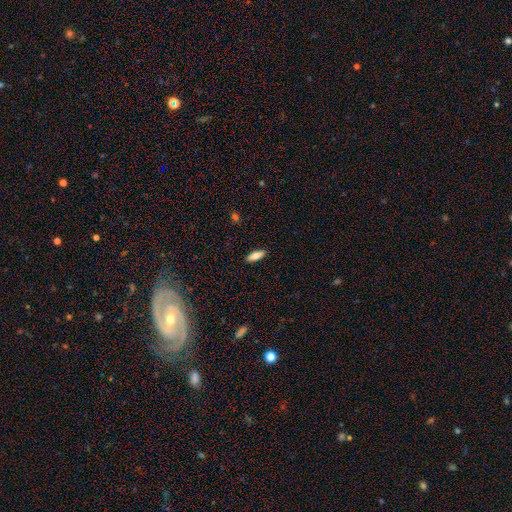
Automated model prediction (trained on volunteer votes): Smooth or featured: smooth — 78% (featured or disk — 16%)
How rounded: in between — 66% (cigar-shaped — 31%)
Merging: none — 89% (minor disturbance — 8%)